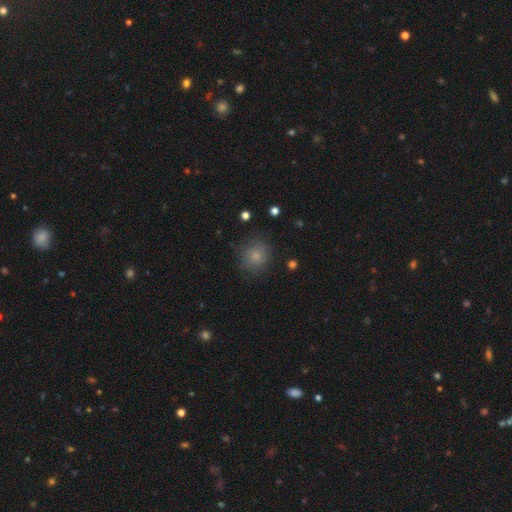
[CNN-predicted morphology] This is likely a smooth galaxy (78%). How rounded: clearly round (85%). Merging: likely none (78%).